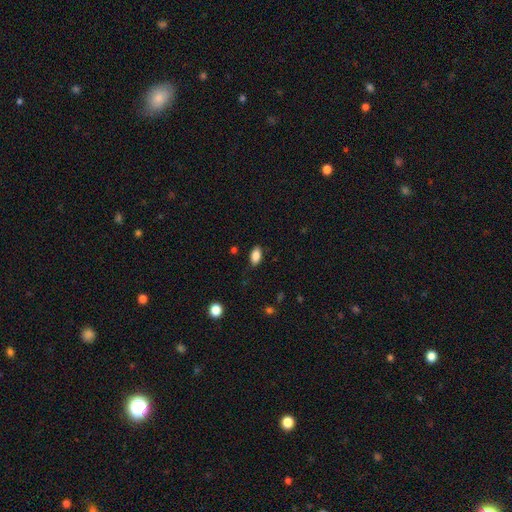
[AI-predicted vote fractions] This appears to be a smooth galaxy with no disk features (86%) that is in between round and cigar-shaped (91%). Merging: none (84%).